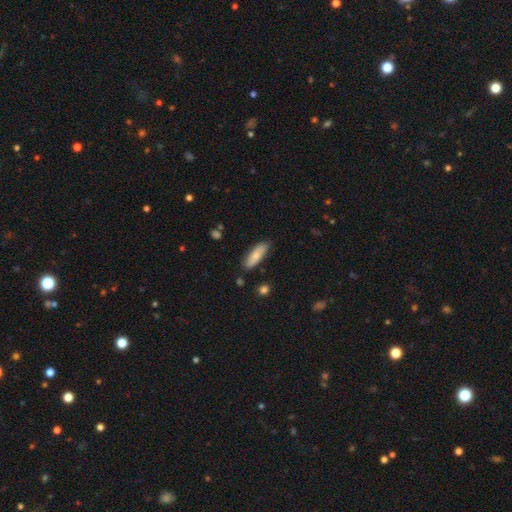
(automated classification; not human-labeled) A smooth galaxy with no disk features (76%) that is in between round and cigar-shaped (58%).

Vote fractions:
- Smooth or featured? smooth: 76% / featured or disk: 18% / star or artifact: 6%
- How rounded? in between: 58% / cigar-shaped: 40% / round: 2%
- Merging? none: 82% / minor disturbance: 14% / major disturbance: 2% / merger: 2%